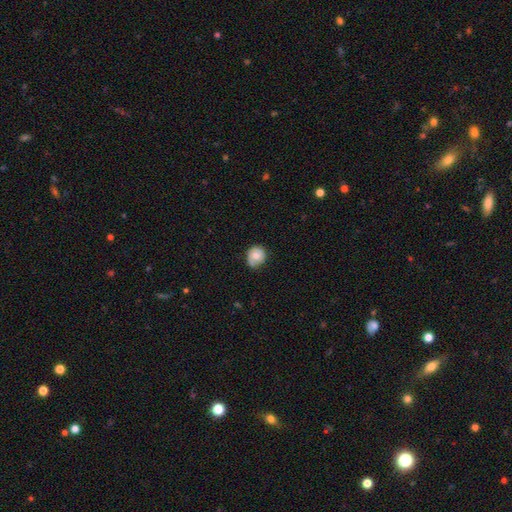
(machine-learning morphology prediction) A smooth galaxy with no disk features (66%) that is round (75%). Merging: none (64%).